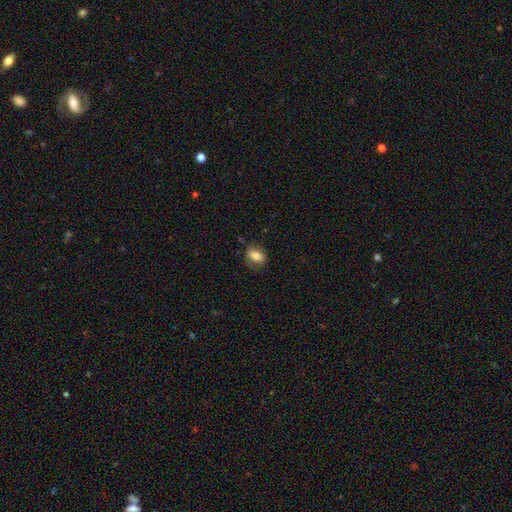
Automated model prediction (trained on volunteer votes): This is likely a smooth galaxy (78%). How rounded: clearly in between (80%). Merging: likely none (74%).